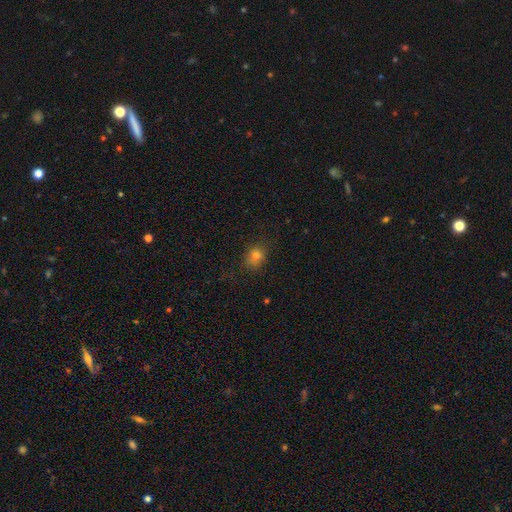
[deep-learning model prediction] Smooth or featured? Predicted: smooth (p=0.74). How rounded? Predicted: round (p=0.59). Merging? Predicted: none (p=0.74).